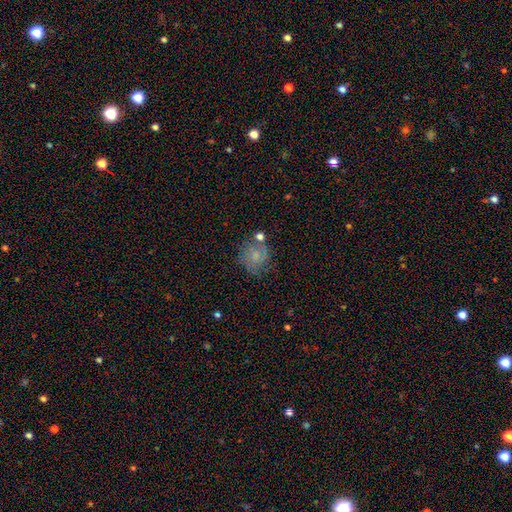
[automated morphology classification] A smooth galaxy with no disk features (45%). Merging: none (60%).